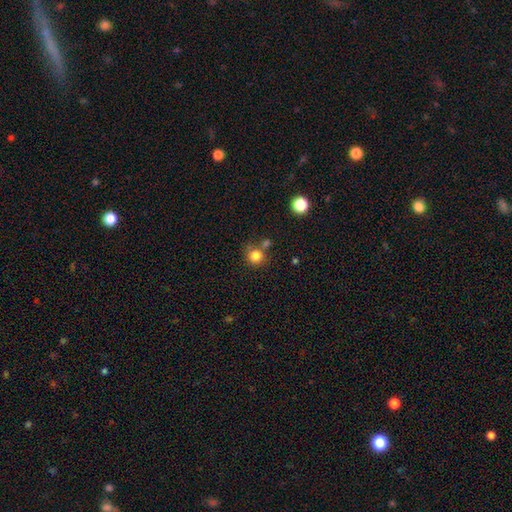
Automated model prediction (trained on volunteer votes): The model was most divided on "merging": none: 68%, merger: 17%, minor disturbance: 11%, major disturbance: 4%. More confident: how rounded — round (92%); smooth or featured — smooth (82%).